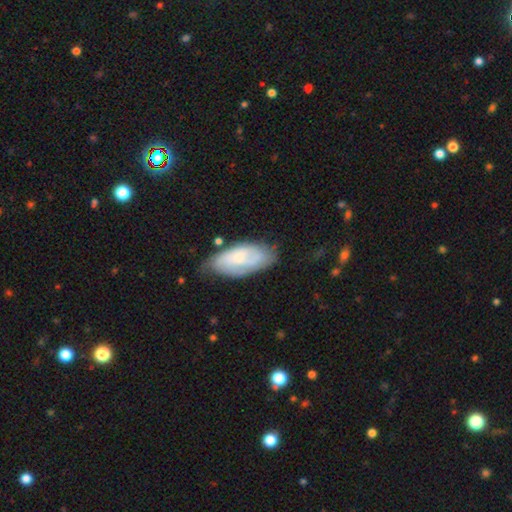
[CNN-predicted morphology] Q: Smooth or featured?
A: featured or disk (50%); runner-up: smooth (43%)
Q: Edge-on disk?
A: no (92%); runner-up: yes (8%)
Q: Merging?
A: none (61%); runner-up: minor disturbance (28%)